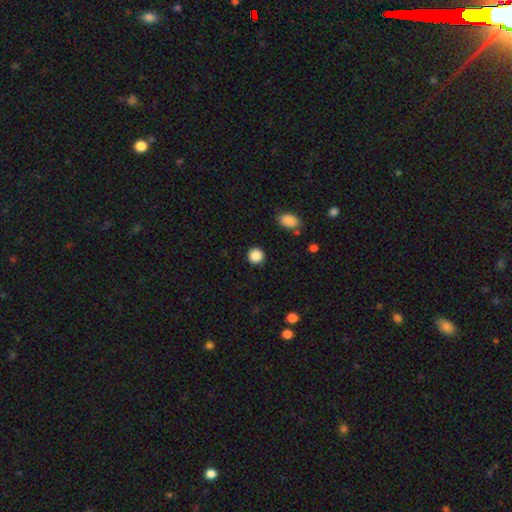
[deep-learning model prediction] A smooth galaxy with no disk features (88%) that is round (93%).

Vote fractions:
- Smooth or featured? smooth: 88% / star or artifact: 9% / featured or disk: 3%
- How rounded? round: 93% / in between: 6% / cigar-shaped: 1%
- Merging? none: 91% / minor disturbance: 5% / major disturbance: 2% / merger: 1%